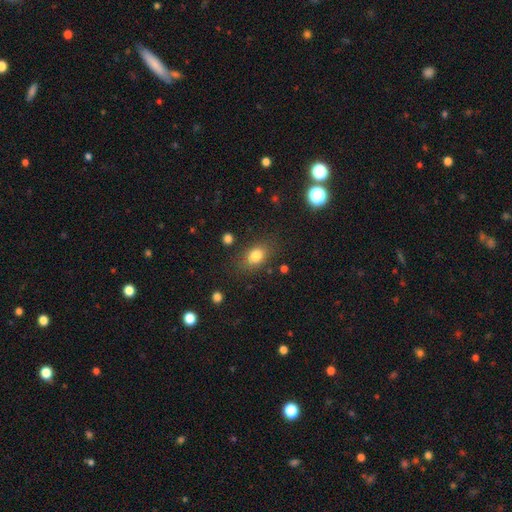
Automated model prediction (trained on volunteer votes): The model was most divided on "how rounded": in between: 71%, round: 26%, cigar-shaped: 2%. More confident: smooth or featured — smooth (80%); merging — none (78%).